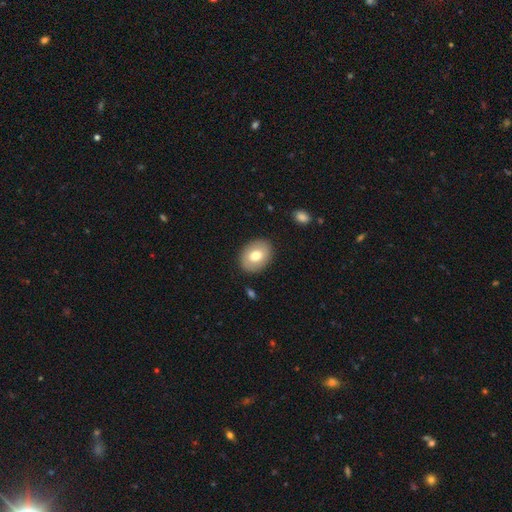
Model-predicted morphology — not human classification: Smooth or featured: smooth — 71% (featured or disk — 22%)
How rounded: in between — 68% (round — 31%)
Merging: none — 87% (minor disturbance — 9%)